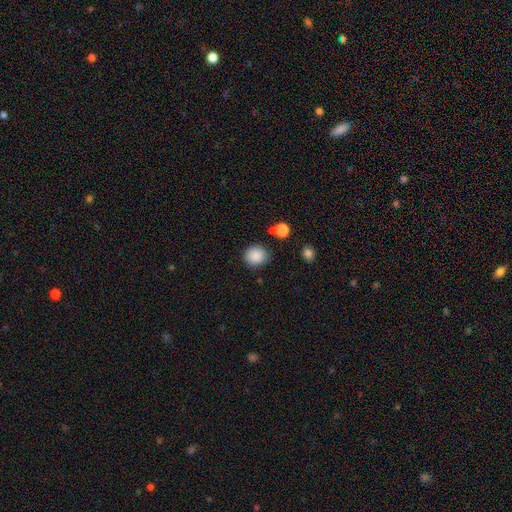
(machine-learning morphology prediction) Overall: smooth (87%). How rounded: round (85%). Merging: none (83%).